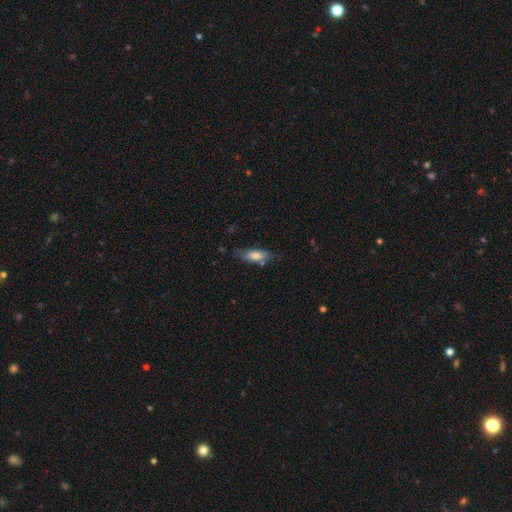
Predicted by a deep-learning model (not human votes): Overall: smooth (68%). How rounded: in between (66%; cigar-shaped 32%). Merging: none (63%; minor disturbance 25%).